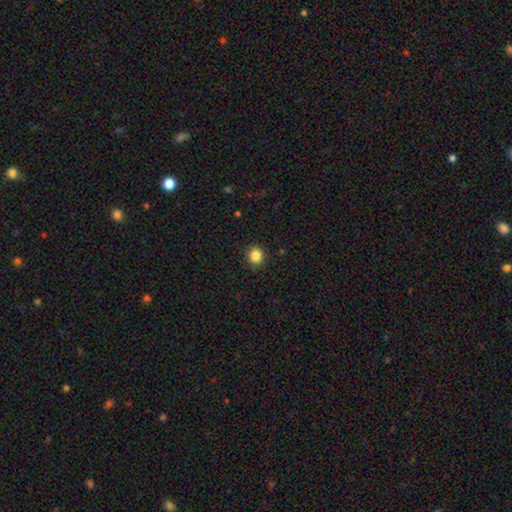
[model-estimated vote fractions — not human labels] Smooth or featured? smooth (85%)
How rounded? round (87%)
Merging? none (91%)